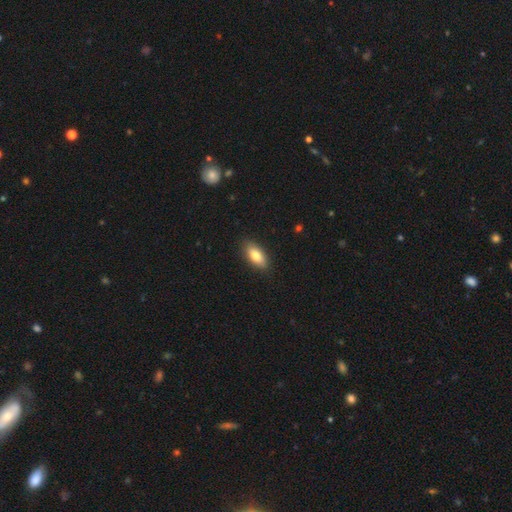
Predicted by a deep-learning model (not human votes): smooth 79%, featured or disk 14%, star or artifact 7%. Down the decision tree: how rounded — in between (86%); merging — none (88%).